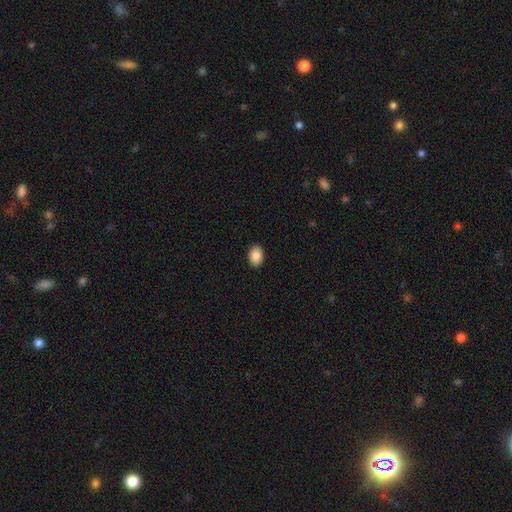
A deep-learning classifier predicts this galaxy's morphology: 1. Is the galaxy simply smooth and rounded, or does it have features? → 88% smooth, 7% star or artifact, 5% featured or disk.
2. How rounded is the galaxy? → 80% in between, 19% round, 1% cigar-shaped.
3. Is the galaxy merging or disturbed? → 90% none, 7% minor disturbance, 2% major disturbance, 1% merger.